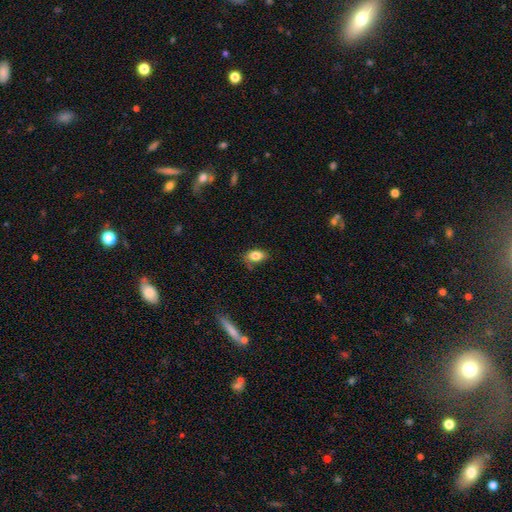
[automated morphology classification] A smooth galaxy with no disk features (84%) that is in between round and cigar-shaped (88%). Merging: none (70%).